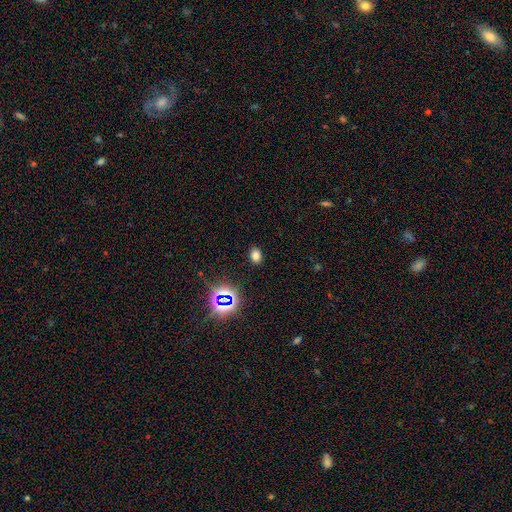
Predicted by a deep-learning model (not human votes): The model was most divided on "how rounded": in between: 72%, round: 27%, cigar-shaped: 1%. More confident: merging — none (88%); smooth or featured — smooth (72%).